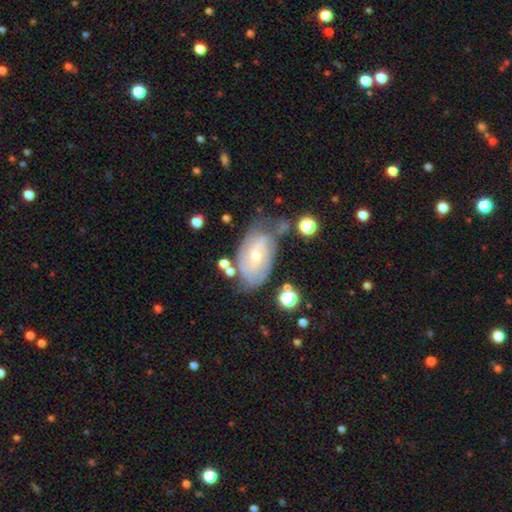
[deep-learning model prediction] Smooth or featured? featured or disk (71%)
Edge-on disk? no (94%)
Bar? no (52%)
Spiral arms? yes (84%)
Spiral winding? tight (55%)
Spiral arm count? can't tell (44%)
Bulge size? small (60%)
Merging? none (51%)